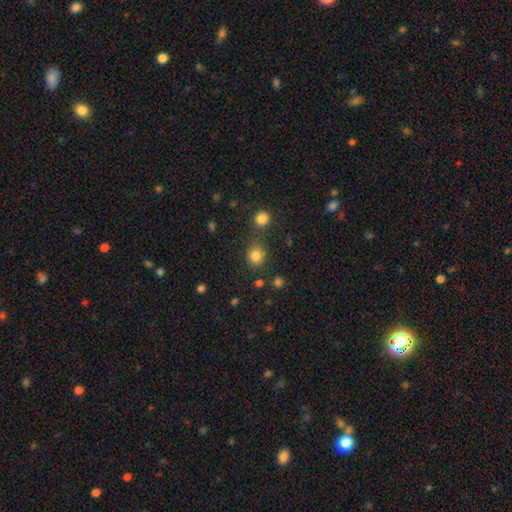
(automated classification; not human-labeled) Smooth or featured? smooth (82%)
How rounded? round (79%)
Merging? none (73%)